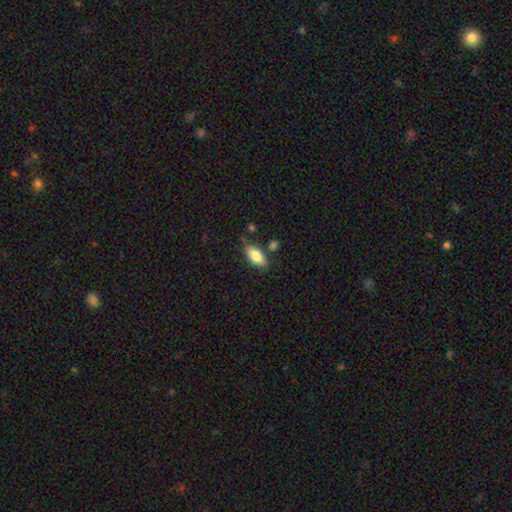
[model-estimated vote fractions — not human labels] A smooth galaxy with no disk features (80%) that is in between round and cigar-shaped (87%). Merging: none (71%).